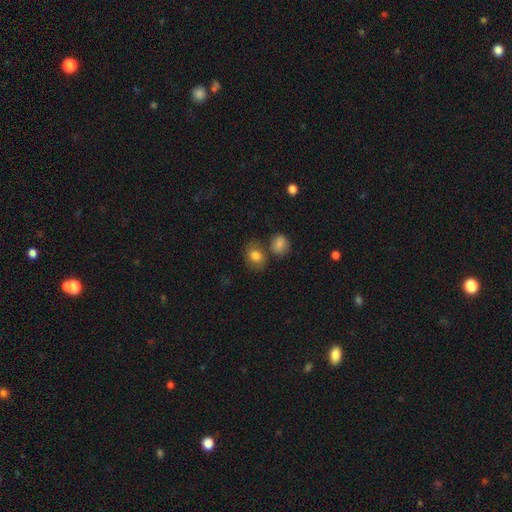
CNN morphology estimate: Overall: smooth (82%). How rounded: round (52%; in between 47%). Merging: none (66%).